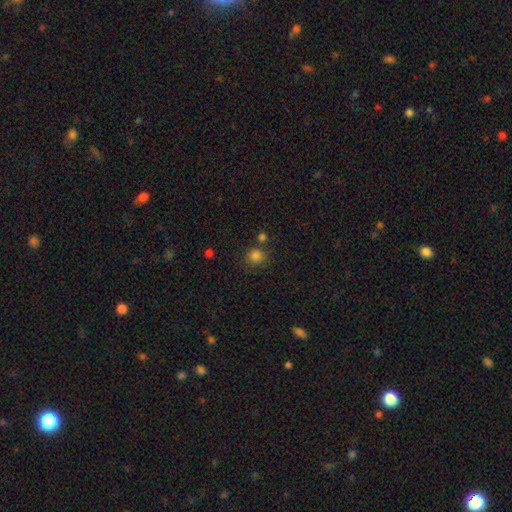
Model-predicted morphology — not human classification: Smooth or featured?
  - smooth: 82% *
  - star or artifact: 13%
  - featured or disk: 5%
How rounded?
  - round: 86% *
  - in between: 13%
  - cigar-shaped: 1%
Merging?
  - none: 72% *
  - merger: 12%
  - minor disturbance: 12%
  - major disturbance: 4%